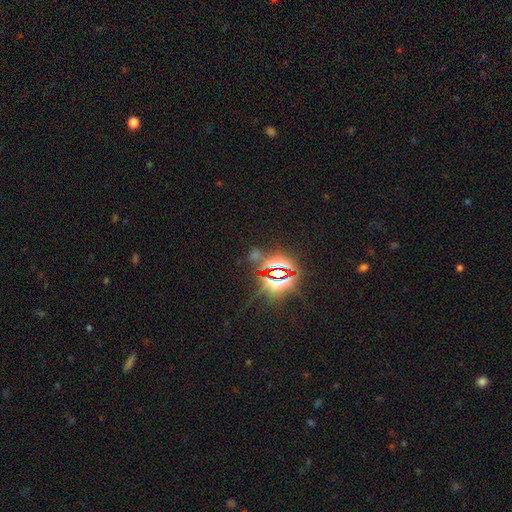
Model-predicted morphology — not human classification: smooth_or_featured: star or artifact (p=0.81) [alt: smooth p=0.12]